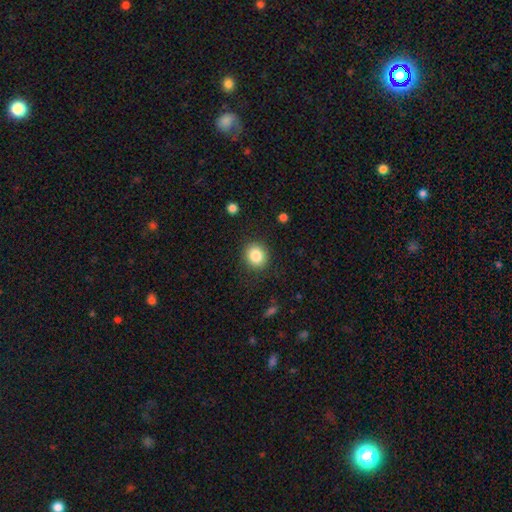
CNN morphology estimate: Smooth or featured? smooth (84%)
How rounded? round (80%)
Merging? none (88%)